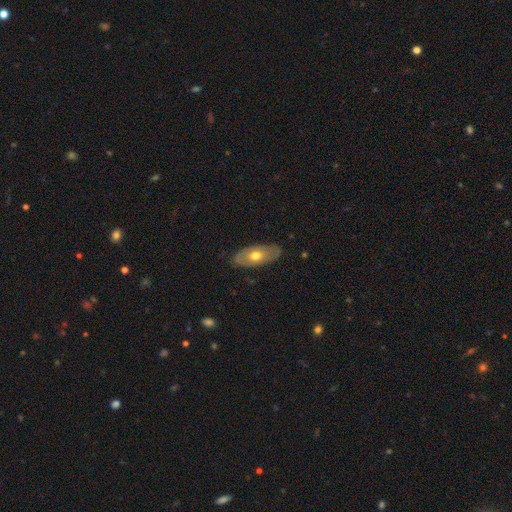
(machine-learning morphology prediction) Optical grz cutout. It shows a smooth galaxy with no disk features (52%) that is in between round and cigar-shaped (87%). Merging: none (82%).